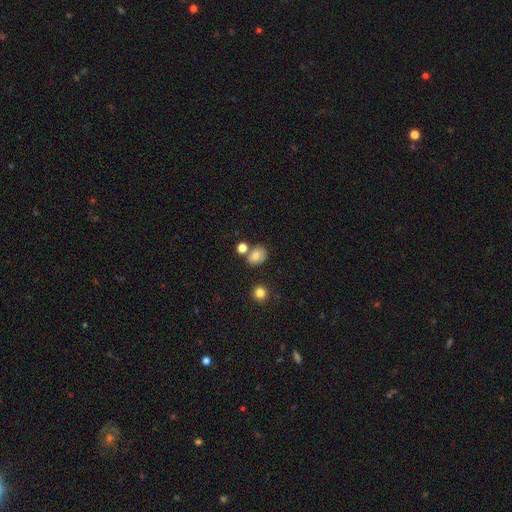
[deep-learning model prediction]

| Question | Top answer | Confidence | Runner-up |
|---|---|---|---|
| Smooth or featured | smooth | 76% | featured or disk (13%) |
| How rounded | round | 53% | in between (46%) |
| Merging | none | 64% | merger (19%) |